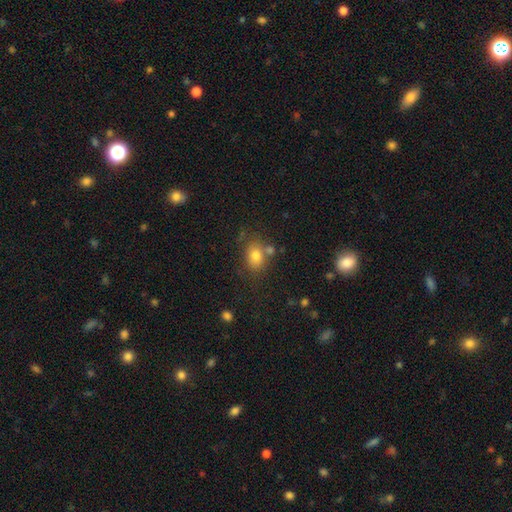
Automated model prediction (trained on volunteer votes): Overall: smooth (78%). How rounded: in between (61%; round 38%). Merging: none (61%).